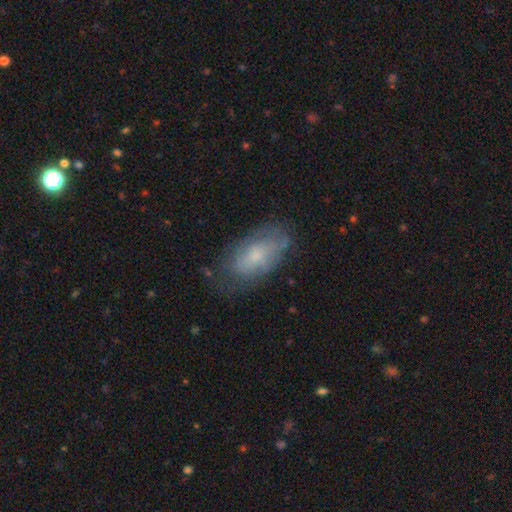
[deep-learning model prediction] Smooth or featured?
  - smooth: 57% *
  - featured or disk: 35%
  - star or artifact: 8%
How rounded?
  - in between: 91% *
  - cigar-shaped: 6%
  - round: 3%
Merging?
  - none: 64% *
  - minor disturbance: 25%
  - major disturbance: 9%
  - merger: 2%